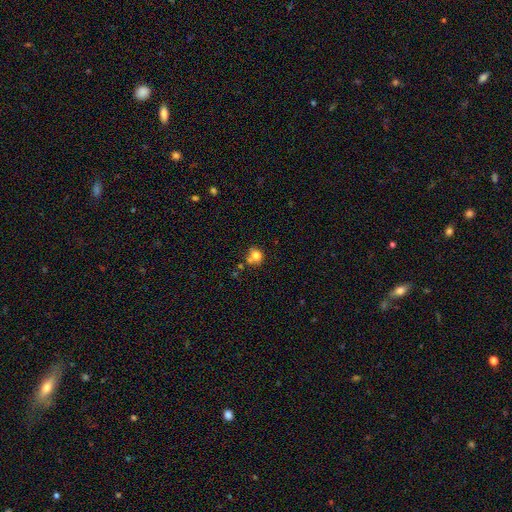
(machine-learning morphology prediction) Smooth or featured?
  - smooth: 77% *
  - star or artifact: 12%
  - featured or disk: 11%
How rounded?
  - round: 75% *
  - in between: 24%
  - cigar-shaped: 1%
Merging?
  - none: 53% *
  - merger: 28%
  - minor disturbance: 14%
  - major disturbance: 5%